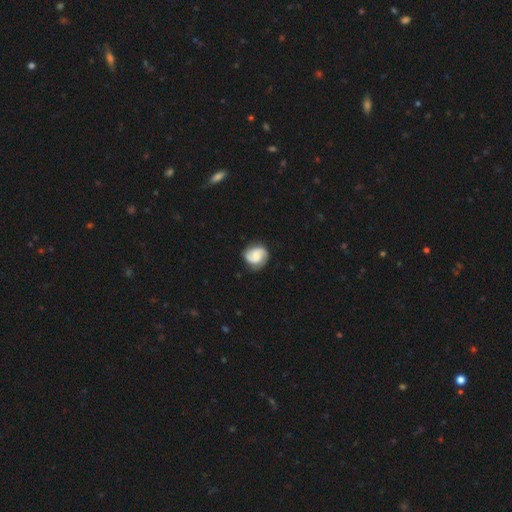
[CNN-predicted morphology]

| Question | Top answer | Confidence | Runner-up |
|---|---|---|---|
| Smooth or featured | featured or disk | 74% | smooth (20%) |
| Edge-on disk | no | 98% | yes (2%) |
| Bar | no | 51% | weak (40%) |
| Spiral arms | yes | 96% | no (4%) |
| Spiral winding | medium | 45% | tight (38%) |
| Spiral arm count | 2 | 87% | can't tell (4%) |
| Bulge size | moderate | 43% | small (38%) |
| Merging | none | 83% | minor disturbance (12%) |